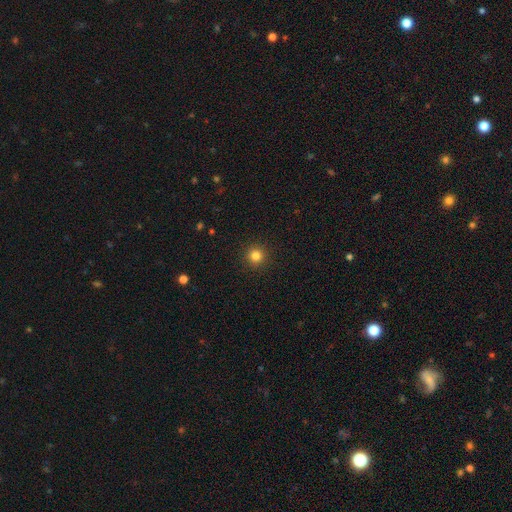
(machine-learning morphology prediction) Smooth or featured? Predicted: smooth (p=0.83). How rounded? Predicted: round (p=0.96). Merging? Predicted: none (p=0.93).